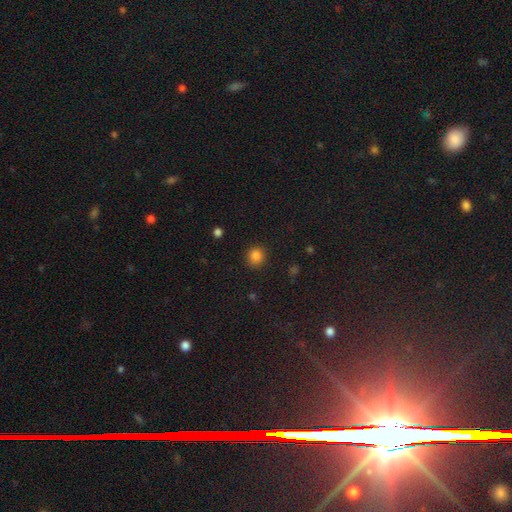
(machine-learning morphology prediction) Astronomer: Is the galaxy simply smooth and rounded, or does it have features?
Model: smooth — 85%.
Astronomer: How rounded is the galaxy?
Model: round — 88%.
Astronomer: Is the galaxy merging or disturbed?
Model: none — 89%.